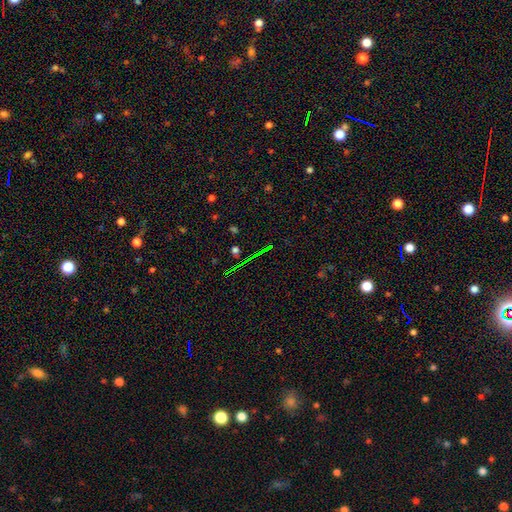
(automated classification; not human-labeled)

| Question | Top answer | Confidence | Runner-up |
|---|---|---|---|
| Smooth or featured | star or artifact | 71% | featured or disk (17%) |